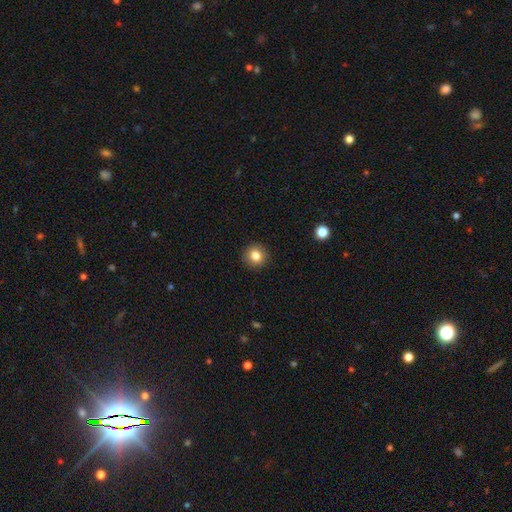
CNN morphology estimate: Smooth or featured?
  - smooth: 83% *
  - star or artifact: 10%
  - featured or disk: 7%
How rounded?
  - round: 91% *
  - in between: 8%
  - cigar-shaped: 1%
Merging?
  - none: 92% *
  - minor disturbance: 6%
  - major disturbance: 2%
  - merger: 1%